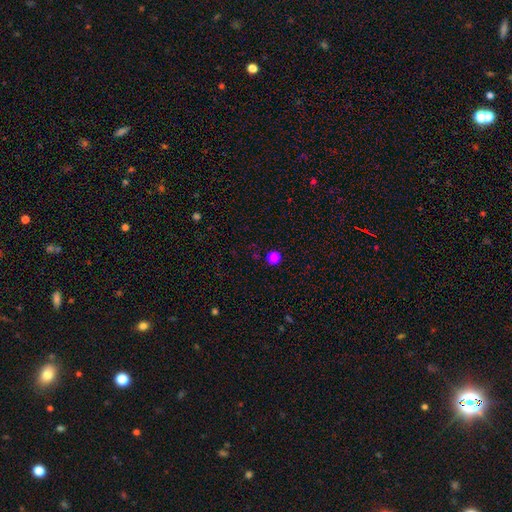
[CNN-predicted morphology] This is clearly a smooth galaxy (81%). How rounded: clearly round (94%). Merging: clearly none (93%).